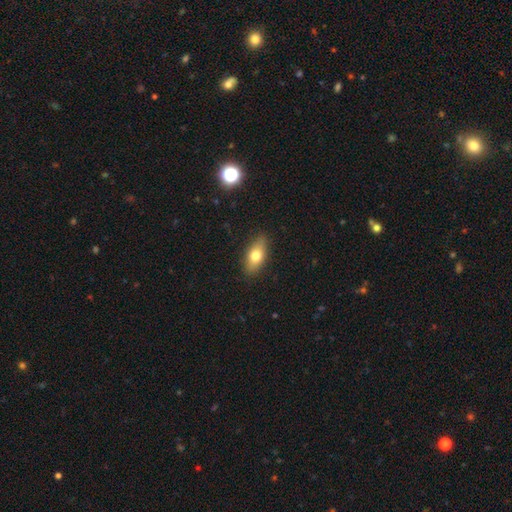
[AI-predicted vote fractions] This is likely a smooth galaxy (71%). How rounded: clearly in between (82%). Merging: clearly none (85%).